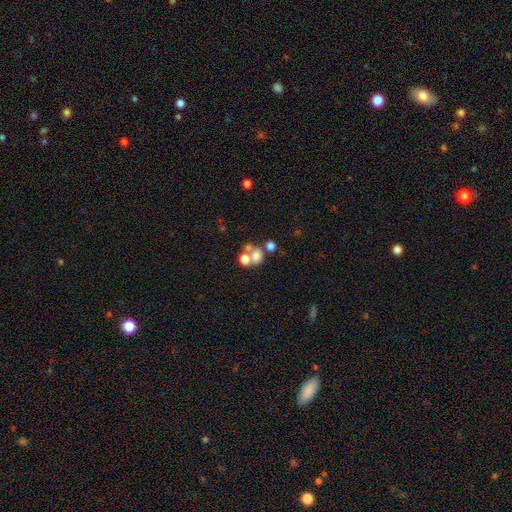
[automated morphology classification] smooth-or-featured: smooth: 67% | featured or disk: 19% | star or artifact: 15%
  how-rounded: round: 70% | in between: 29% | cigar-shaped: 1%
  merging: merger: 52% | none: 34% | minor disturbance: 7% | major disturbance: 6%